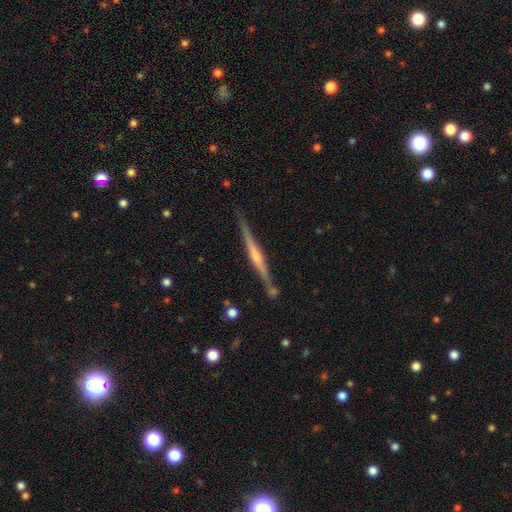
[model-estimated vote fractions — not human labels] The model was most divided on "edge-on bulge": rounded: 68%, none: 18%, boxy: 13%. More confident: edge-on disk — yes (98%); merging — none (86%); smooth or featured — featured or disk (77%).